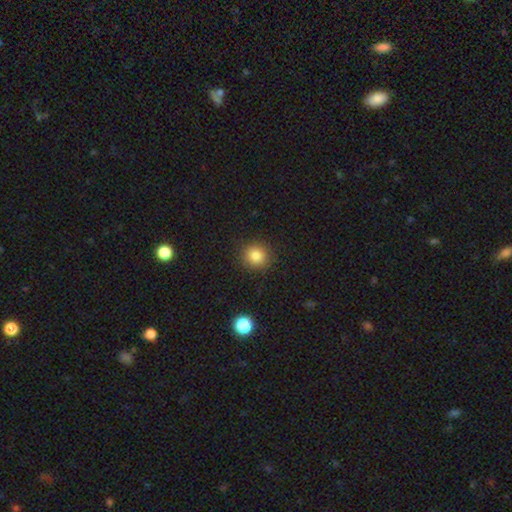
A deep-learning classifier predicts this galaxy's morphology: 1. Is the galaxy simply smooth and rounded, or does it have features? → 84% smooth, 11% star or artifact, 5% featured or disk.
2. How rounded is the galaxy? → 89% round, 10% in between, 1% cigar-shaped.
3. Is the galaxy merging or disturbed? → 89% none, 7% minor disturbance, 2% major disturbance, 1% merger.